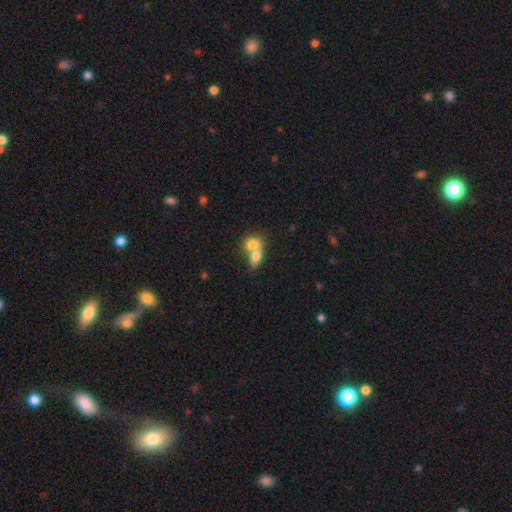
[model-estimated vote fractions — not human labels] Morphology: type=smooth (76%); roundness=in between (63%); merging=merger (74%).